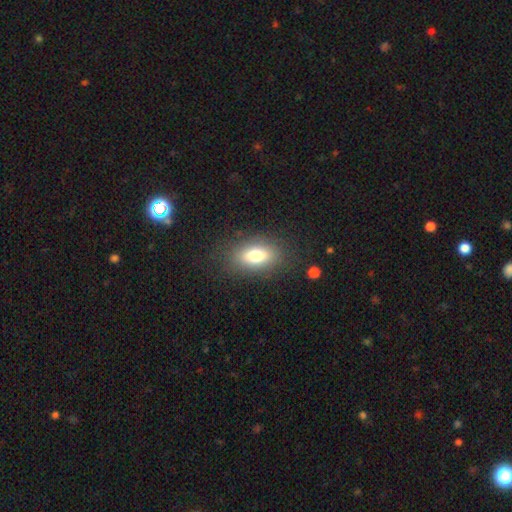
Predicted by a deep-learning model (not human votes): smooth 73%, featured or disk 17%, star or artifact 10%. Down the decision tree: how rounded — in between (84%); merging — none (83%).